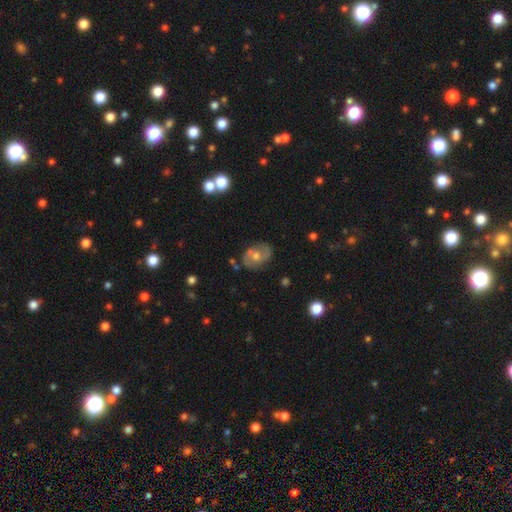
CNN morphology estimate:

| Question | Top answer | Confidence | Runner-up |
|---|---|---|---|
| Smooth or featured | featured or disk | 74% | smooth (18%) |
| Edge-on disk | no | 97% | yes (3%) |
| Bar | no | 59% | weak (34%) |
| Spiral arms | yes | 88% | no (12%) |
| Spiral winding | medium | 49% | tight (26%) |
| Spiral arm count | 2 | 87% | can't tell (7%) |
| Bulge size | moderate | 67% | small (26%) |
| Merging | none | 79% | minor disturbance (15%) |